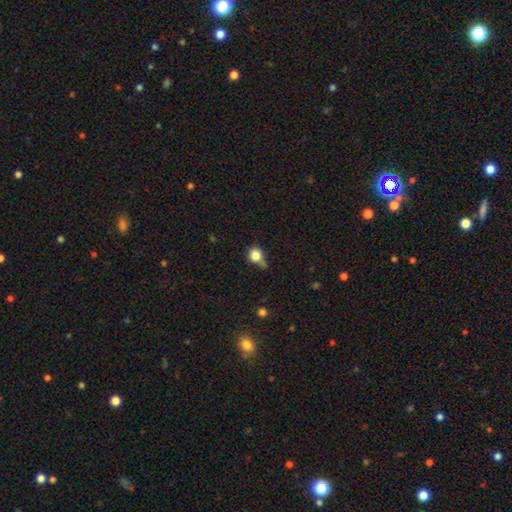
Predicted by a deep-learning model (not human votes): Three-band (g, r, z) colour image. It shows a smooth galaxy with no disk features (80%) that is round (80%). Merging: none (41%).